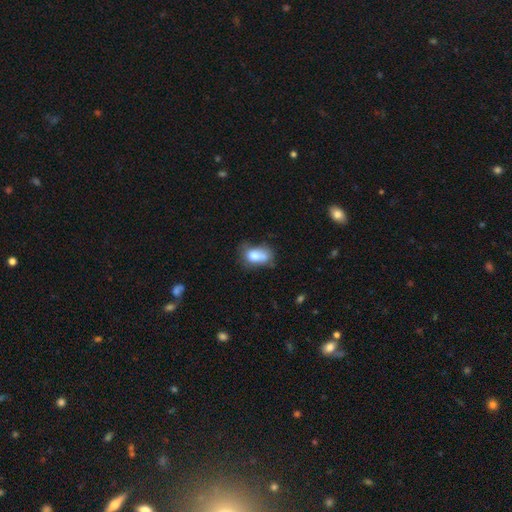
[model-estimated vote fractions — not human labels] The model was most divided on "merging": none: 37%, minor disturbance: 33%, major disturbance: 19%, merger: 12%. More confident: how rounded — in between (86%); smooth or featured — smooth (75%).